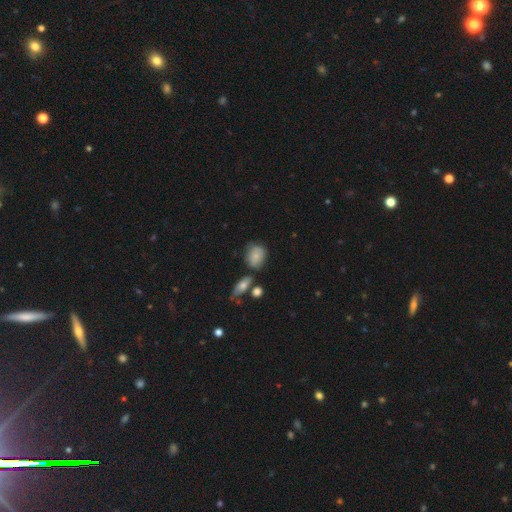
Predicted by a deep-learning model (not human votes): Smooth or featured: smooth — 77% (featured or disk — 15%)
How rounded: in between — 54% (round — 44%)
Merging: none — 55% (minor disturbance — 28%)